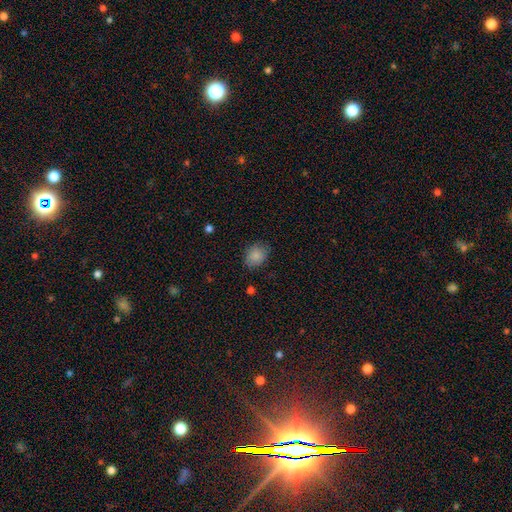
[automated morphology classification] smooth-or-featured: smooth: 86% | star or artifact: 8% | featured or disk: 5%
  how-rounded: in between: 53% | round: 46% | cigar-shaped: 1%
  merging: none: 79% | minor disturbance: 16% | major disturbance: 4% | merger: 1%